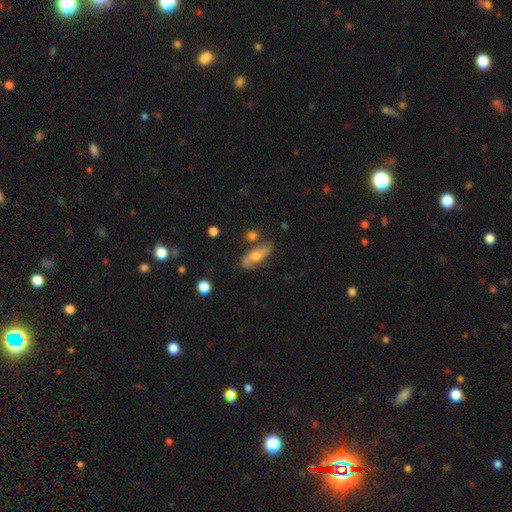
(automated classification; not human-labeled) This appears to be a featured or disk galaxy (56%). Merging: none (68%).